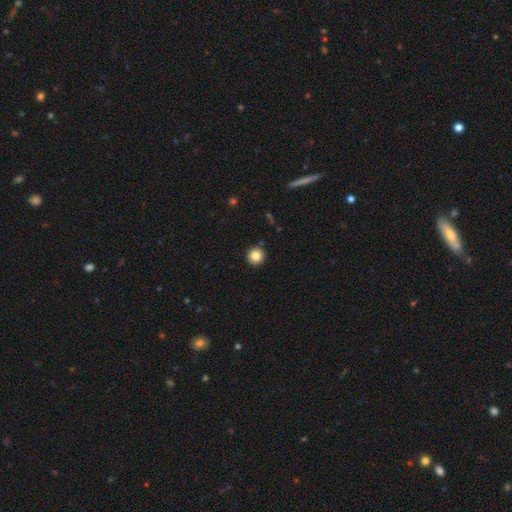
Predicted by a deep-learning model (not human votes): Q: Smooth or featured?
A: smooth (83%); runner-up: star or artifact (10%)
Q: How rounded?
A: round (95%); runner-up: in between (4%)
Q: Merging?
A: none (92%); runner-up: minor disturbance (5%)